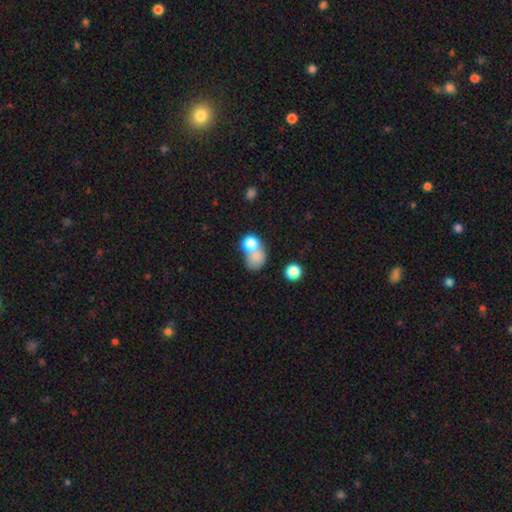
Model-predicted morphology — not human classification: Q: Smooth or featured?
A: smooth (75%); runner-up: star or artifact (13%)
Q: How rounded?
A: in between (49%); tied with: round (49%)
Q: Merging?
A: merger (44%); runner-up: none (32%)